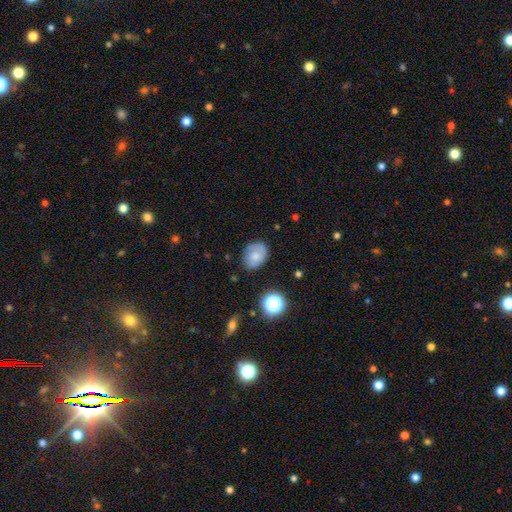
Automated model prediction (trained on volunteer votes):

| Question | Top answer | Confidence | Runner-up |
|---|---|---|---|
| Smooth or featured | smooth | 64% | featured or disk (25%) |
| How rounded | in between | 62% | round (37%) |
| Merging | none | 70% | minor disturbance (21%) |